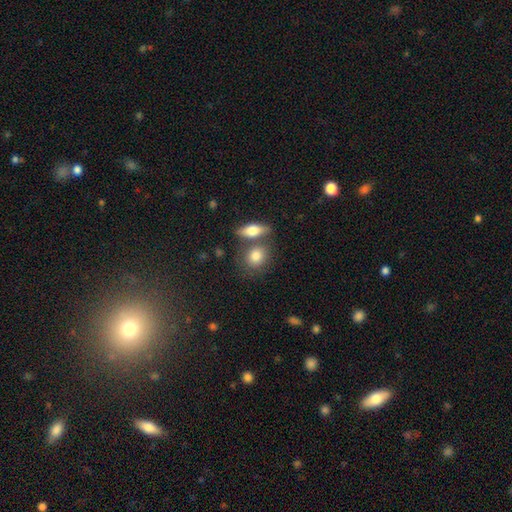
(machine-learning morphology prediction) Smooth or featured: smooth — 81% (featured or disk — 12%)
How rounded: round — 52% (in between — 45%)
Merging: none — 55% (merger — 30%)